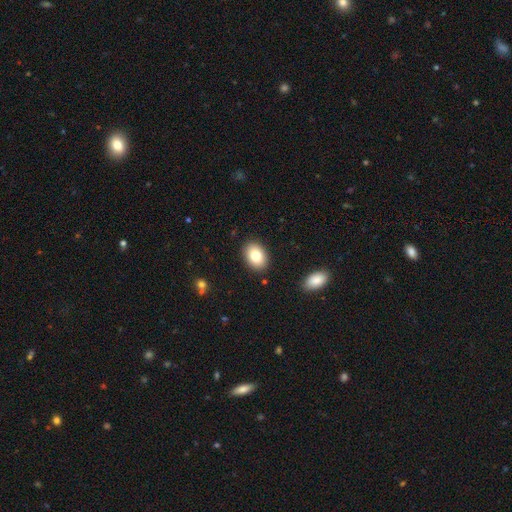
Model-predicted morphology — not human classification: smooth-or-featured: smooth: 82% | featured or disk: 10% | star or artifact: 8%
  how-rounded: in between: 80% | round: 19% | cigar-shaped: 1%
  merging: none: 89% | minor disturbance: 8% | major disturbance: 2% | merger: 2%